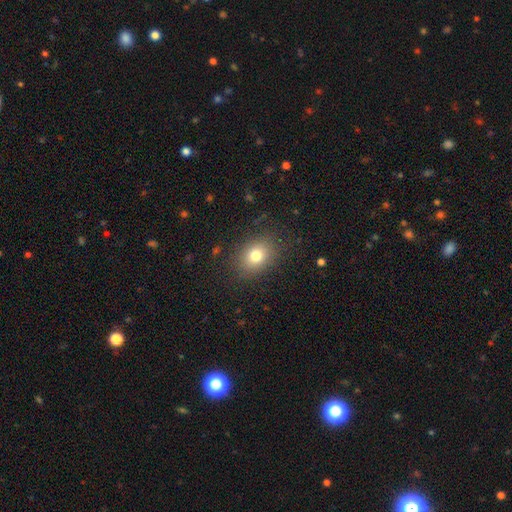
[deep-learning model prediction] Overall: smooth (77%). How rounded: in between (60%; round 39%). Merging: none (84%).